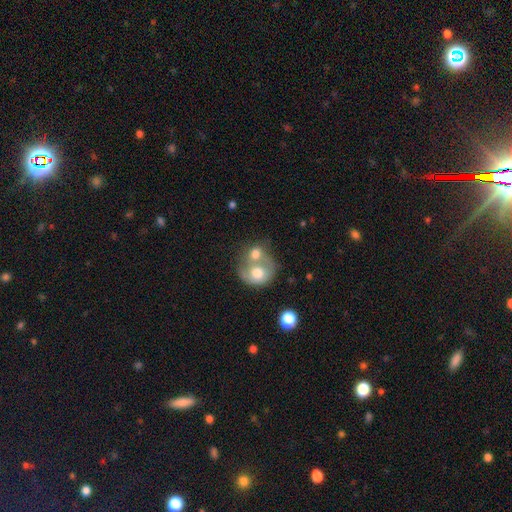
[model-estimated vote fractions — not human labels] This is possibly a smooth galaxy (53%). How rounded: likely round (69%). Merging: likely merger (68%).